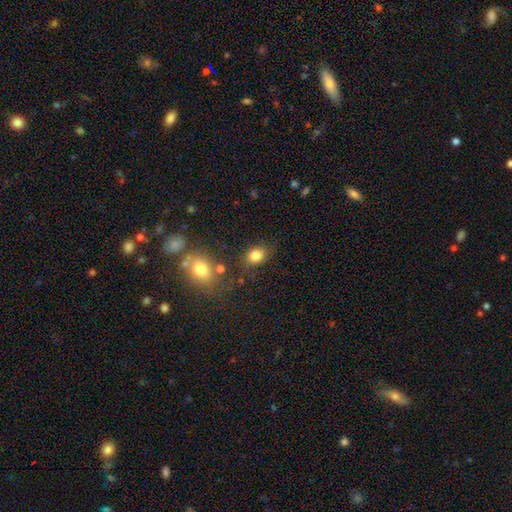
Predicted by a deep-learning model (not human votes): Smooth or featured? Predicted: smooth (p=0.82). How rounded? Predicted: in between (p=0.54). Merging? Predicted: none (p=0.75).